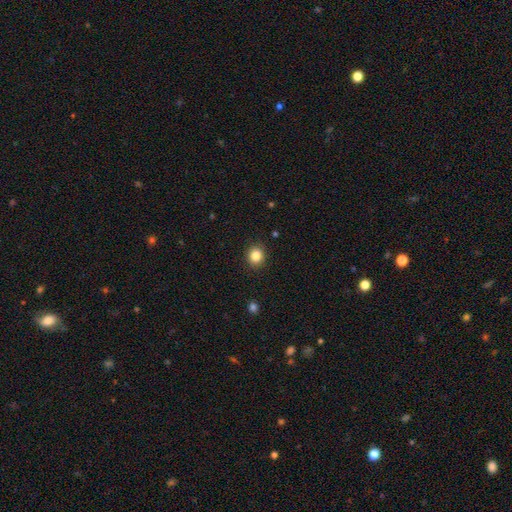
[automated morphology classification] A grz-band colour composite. It shows a smooth galaxy with no disk features (84%) that is round (83%). Merging: none (91%).